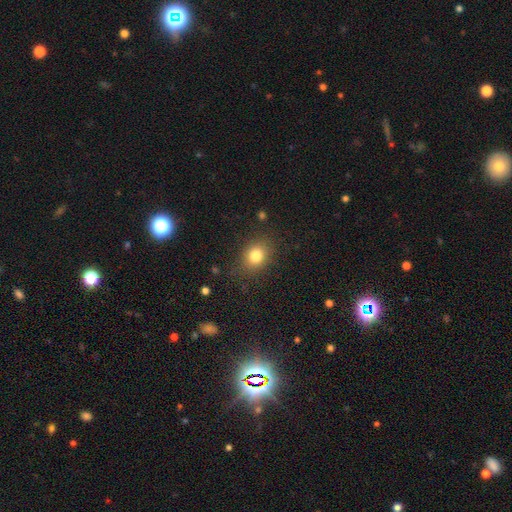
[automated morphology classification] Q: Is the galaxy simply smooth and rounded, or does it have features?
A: smooth — 80%.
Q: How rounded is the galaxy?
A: round — 55%.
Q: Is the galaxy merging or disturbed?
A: none — 81%.